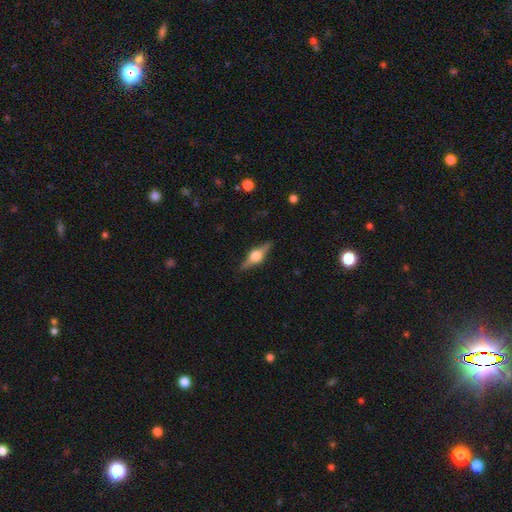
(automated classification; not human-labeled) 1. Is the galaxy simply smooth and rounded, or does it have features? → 76% featured or disk, 17% smooth, 7% star or artifact.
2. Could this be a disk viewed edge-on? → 97% yes, 3% no.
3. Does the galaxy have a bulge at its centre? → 92% rounded, 6% boxy, 1% none.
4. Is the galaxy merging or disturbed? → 89% none, 8% minor disturbance, 2% major disturbance, 1% merger.